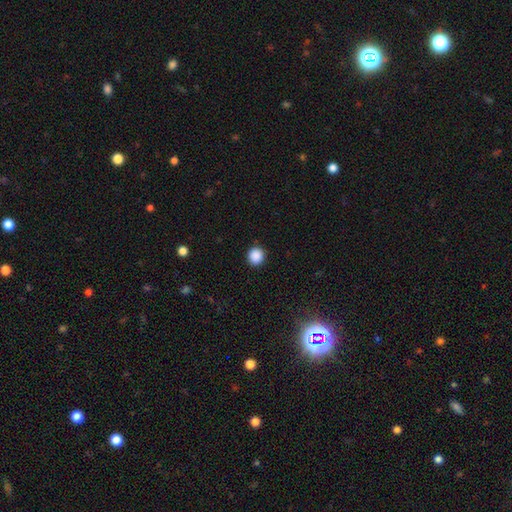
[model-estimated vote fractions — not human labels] smooth-or-featured: smooth: 89% | star or artifact: 9% | featured or disk: 2%
  how-rounded: round: 91% | in between: 8% | cigar-shaped: 1%
  merging: none: 92% | minor disturbance: 5% | major disturbance: 2% | merger: 1%